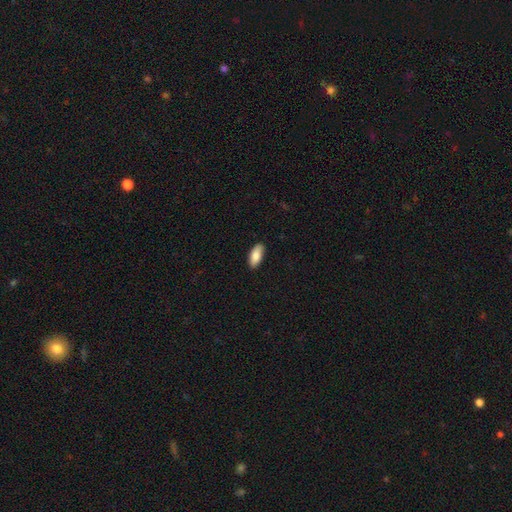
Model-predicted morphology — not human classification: Q: Smooth or featured?
A: smooth (86%); runner-up: featured or disk (8%)
Q: How rounded?
A: in between (84%); runner-up: cigar-shaped (14%)
Q: Merging?
A: none (87%); runner-up: minor disturbance (10%)